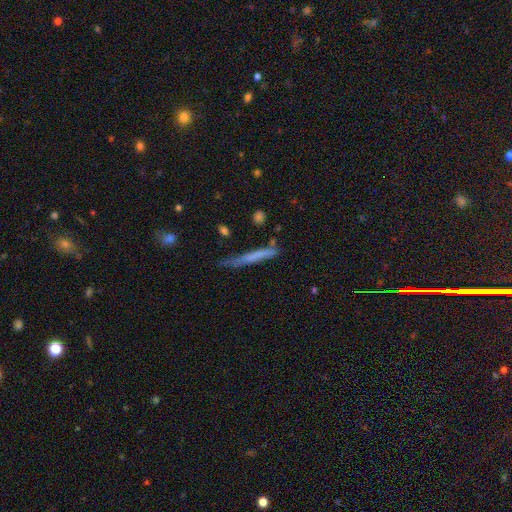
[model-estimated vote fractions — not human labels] Smooth or featured? smooth (59%)
How rounded? cigar-shaped (95%)
Merging? none (65%)